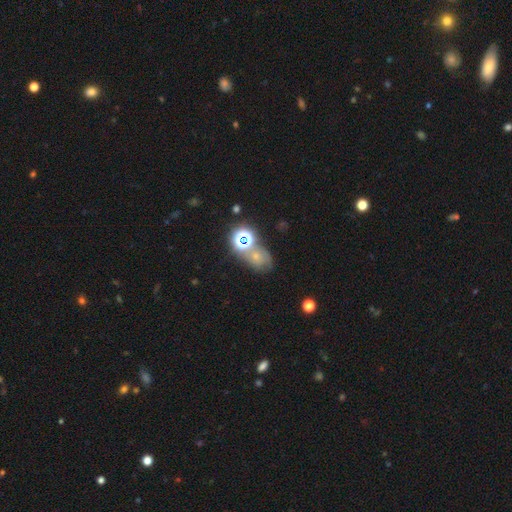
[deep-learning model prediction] smooth_or_featured: smooth (p=0.37) [alt: star or artifact p=0.36]
merging: none (p=0.48) [alt: merger p=0.21]